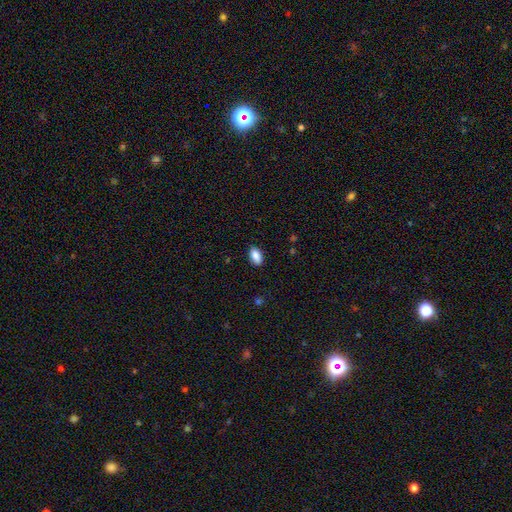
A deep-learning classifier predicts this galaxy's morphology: Smooth or featured? Predicted: smooth (p=0.89). How rounded? Predicted: in between (p=0.92). Merging? Predicted: none (p=0.87).